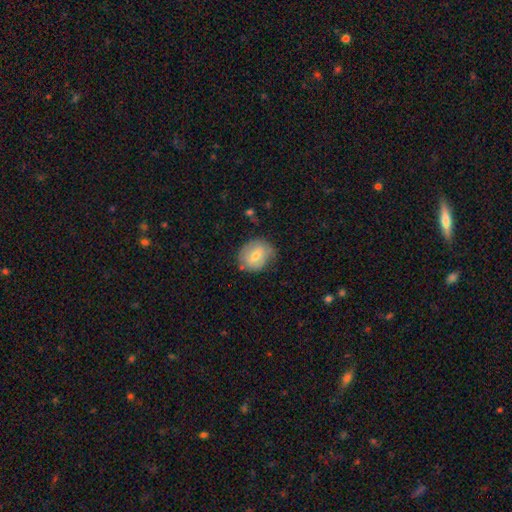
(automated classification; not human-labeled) Smooth or featured?
  - smooth: 63% *
  - featured or disk: 29%
  - star or artifact: 7%
How rounded?
  - round: 67% *
  - in between: 32%
  - cigar-shaped: 1%
Merging?
  - none: 67% *
  - minor disturbance: 24%
  - major disturbance: 6%
  - merger: 2%